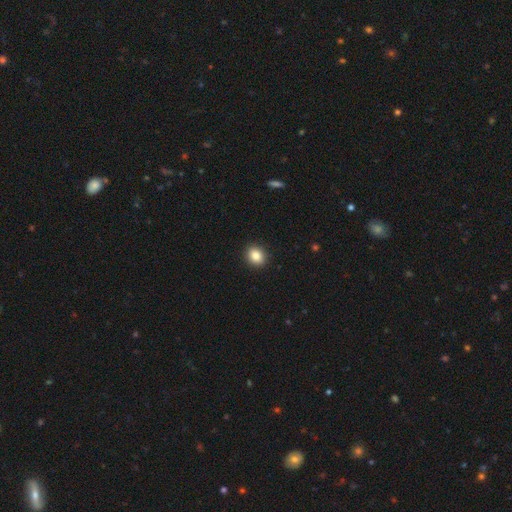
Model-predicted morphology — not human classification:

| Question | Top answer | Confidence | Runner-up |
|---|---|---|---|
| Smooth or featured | smooth | 85% | star or artifact (10%) |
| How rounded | round | 63% | in between (36%) |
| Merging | none | 92% | minor disturbance (6%) |